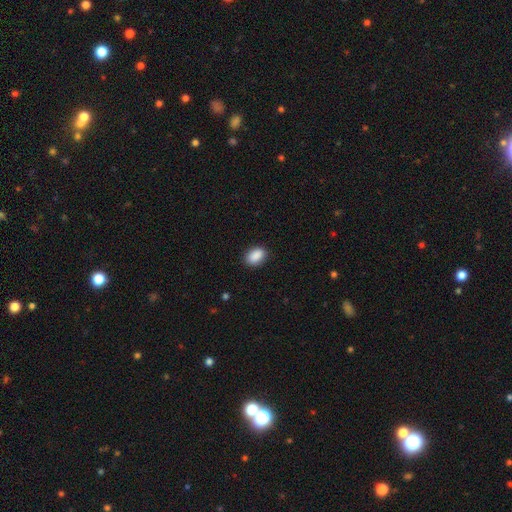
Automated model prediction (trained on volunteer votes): This appears to be a smooth galaxy with no disk features (90%) that is in between round and cigar-shaped (85%). Merging: none (87%).